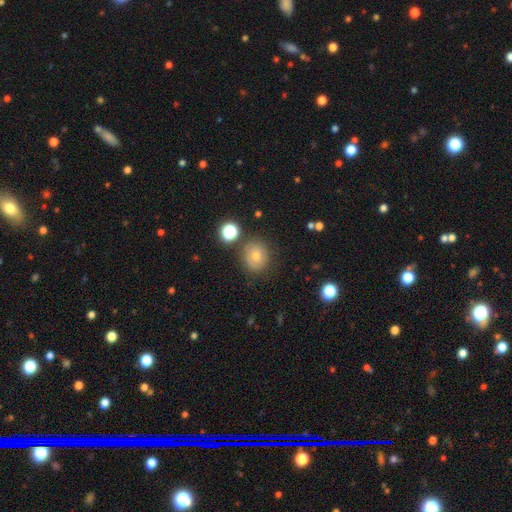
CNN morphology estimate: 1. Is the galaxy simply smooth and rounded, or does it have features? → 68% smooth, 17% featured or disk, 15% star or artifact.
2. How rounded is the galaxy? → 79% round, 20% in between, 1% cigar-shaped.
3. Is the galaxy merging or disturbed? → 79% none, 13% minor disturbance, 5% merger, 4% major disturbance.